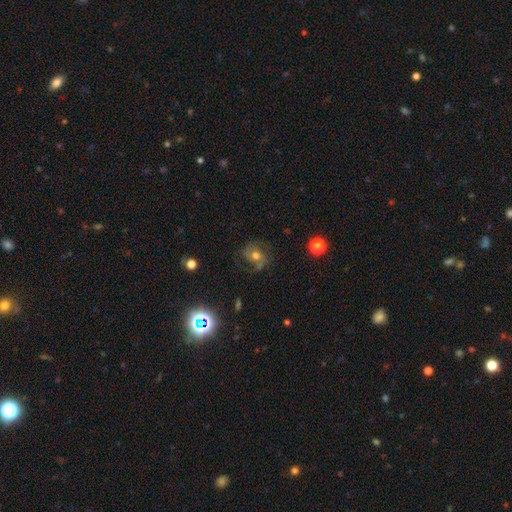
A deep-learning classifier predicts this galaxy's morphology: Q: Smooth or featured?
A: featured or disk (46%); runner-up: smooth (37%)
Q: Merging?
A: none (60%); runner-up: minor disturbance (21%)